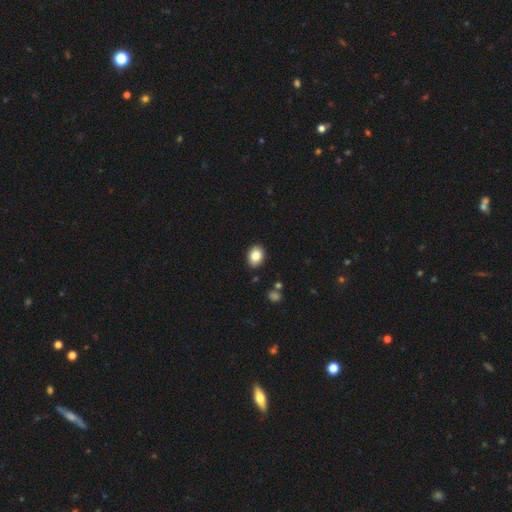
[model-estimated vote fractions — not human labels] smooth_or_featured: smooth (p=0.84) [alt: star or artifact p=0.08]
how_rounded: in between (p=0.68) [alt: round p=0.31]
merging: none (p=0.88) [alt: minor disturbance p=0.08]